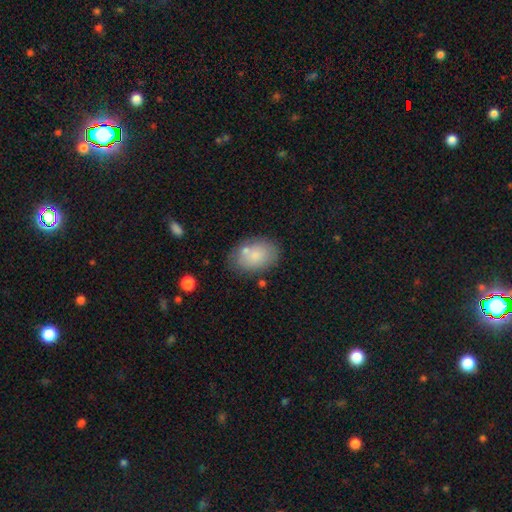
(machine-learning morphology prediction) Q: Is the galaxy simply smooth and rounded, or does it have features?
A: smooth — 77%.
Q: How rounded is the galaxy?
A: in between — 86%.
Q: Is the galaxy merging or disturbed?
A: none — 69%.